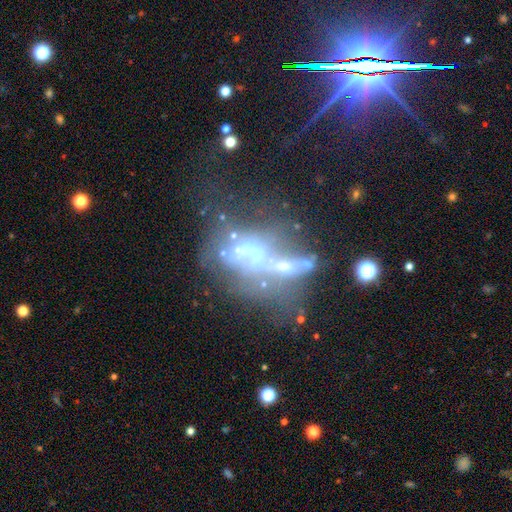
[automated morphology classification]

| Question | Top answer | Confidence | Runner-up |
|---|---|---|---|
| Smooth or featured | featured or disk | 57% | star or artifact (24%) |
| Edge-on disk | no | 84% | yes (16%) |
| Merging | merger | 40% | major disturbance (30%) |